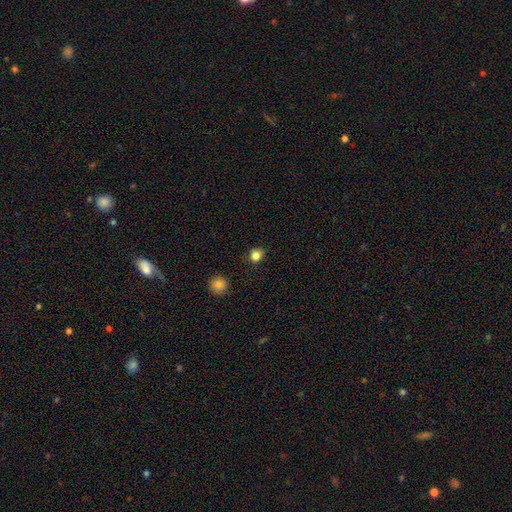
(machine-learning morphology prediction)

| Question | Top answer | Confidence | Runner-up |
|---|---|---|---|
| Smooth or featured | smooth | 83% | star or artifact (12%) |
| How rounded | round | 77% | in between (22%) |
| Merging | none | 85% | minor disturbance (11%) |